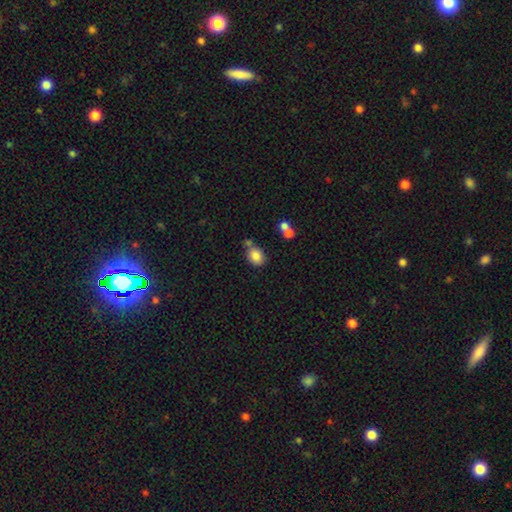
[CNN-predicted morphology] A smooth galaxy with no disk features (84%) that is in between round and cigar-shaped (62%).

Vote fractions:
- Smooth or featured? smooth: 84% / star or artifact: 9% / featured or disk: 7%
- How rounded? in between: 62% / round: 37% / cigar-shaped: 1%
- Merging? none: 60% / merger: 19% / minor disturbance: 16% / major disturbance: 5%